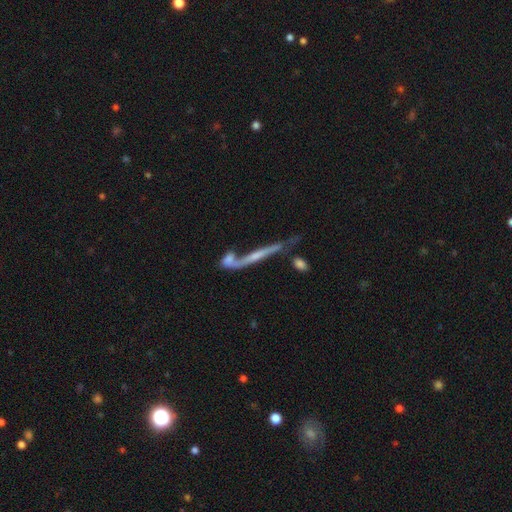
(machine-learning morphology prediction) smooth-or-featured: featured or disk: 67% | smooth: 23% | star or artifact: 10%
  disk-edge-on: yes: 79% | no: 21%
    edge-on-bulge: rounded: 52% | none: 37% | boxy: 12%
  merging: none: 38% (tied) | merger: 38% (tied) | minor disturbance: 13% | major disturbance: 11%